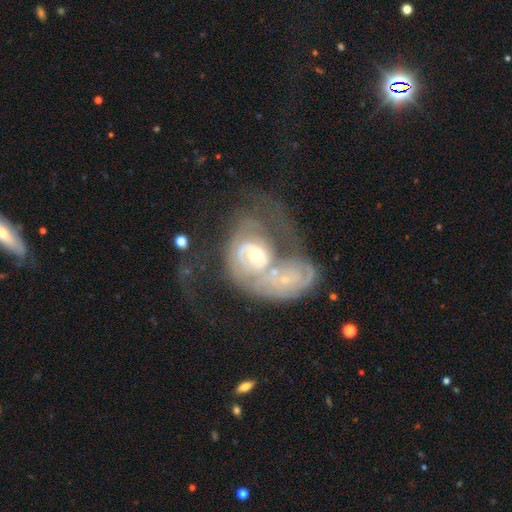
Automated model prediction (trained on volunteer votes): A featured or disk galaxy (76%) with no bar (74%), spiral arms (69%) and a moderate central bulge (60%).

Vote fractions:
- Smooth or featured? featured or disk: 76% / smooth: 18% / star or artifact: 6%
- Edge-on disk? no: 96% / yes: 4%
- Bar? no: 74% / weak: 20% / strong: 6%
- Spiral arms? yes: 69% / no: 31%
- Bulge size? moderate: 60% / small: 31% / large: 6% / none: 2% / dominant: 2%
- Merging? merger: 66% / major disturbance: 16% / none: 11% / minor disturbance: 7%